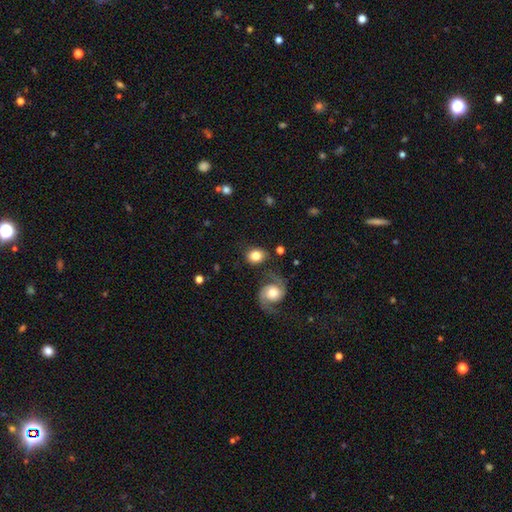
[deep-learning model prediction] smooth 77%, featured or disk 16%, star or artifact 8%. Down the decision tree: how rounded — round (65%); merging — none (74%).